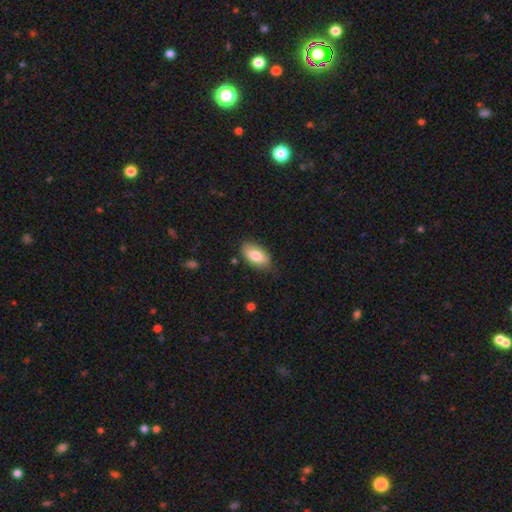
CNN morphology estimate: Q: Smooth or featured?
A: smooth (78%); runner-up: featured or disk (15%)
Q: How rounded?
A: in between (92%); runner-up: round (4%)
Q: Merging?
A: none (79%); runner-up: minor disturbance (17%)